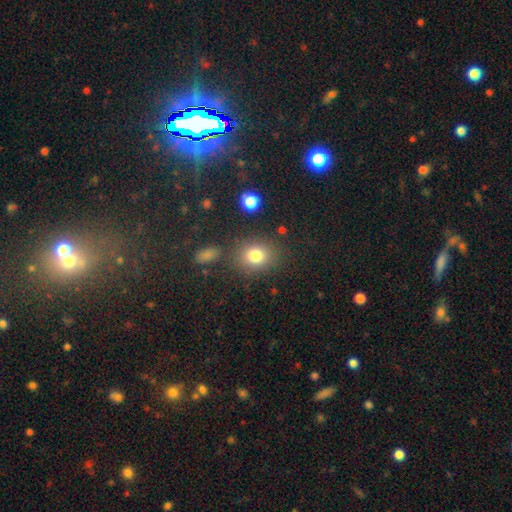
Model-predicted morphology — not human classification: Smooth or featured?
  - smooth: 81% *
  - star or artifact: 12%
  - featured or disk: 8%
How rounded?
  - round: 62% *
  - in between: 37%
  - cigar-shaped: 1%
Merging?
  - none: 78% *
  - minor disturbance: 12%
  - merger: 6%
  - major disturbance: 5%